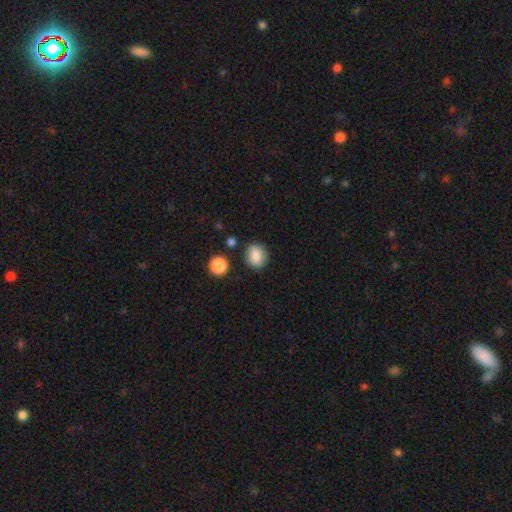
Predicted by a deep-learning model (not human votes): Smooth or featured: smooth — 85% (star or artifact — 9%)
How rounded: round — 68% (in between — 31%)
Merging: none — 81% (minor disturbance — 12%)